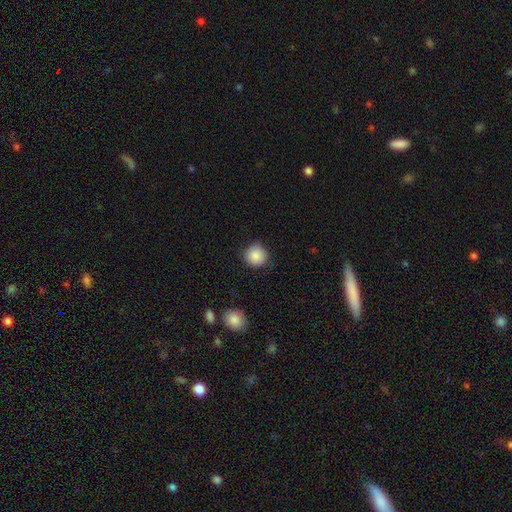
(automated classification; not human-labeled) The model was most divided on "merging": none: 85%, minor disturbance: 11%, major disturbance: 3%, merger: 1%. More confident: how rounded — round (93%); smooth or featured — smooth (88%).